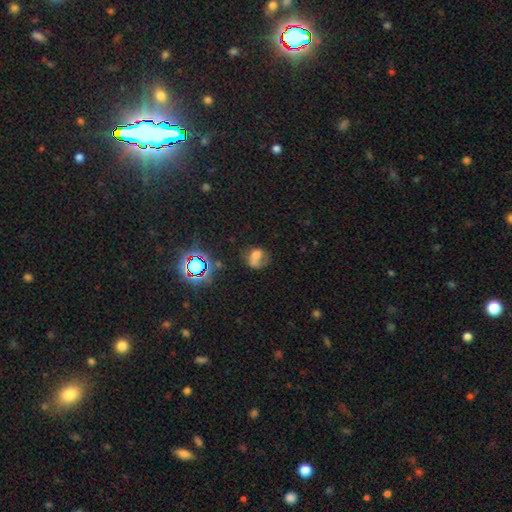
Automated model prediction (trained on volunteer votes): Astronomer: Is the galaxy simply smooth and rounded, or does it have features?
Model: smooth — 56%.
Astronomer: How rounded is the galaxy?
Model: round — 53% (runner-up: in between, 46%).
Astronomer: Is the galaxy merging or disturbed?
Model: none — 37% (runner-up: major disturbance, 26%).